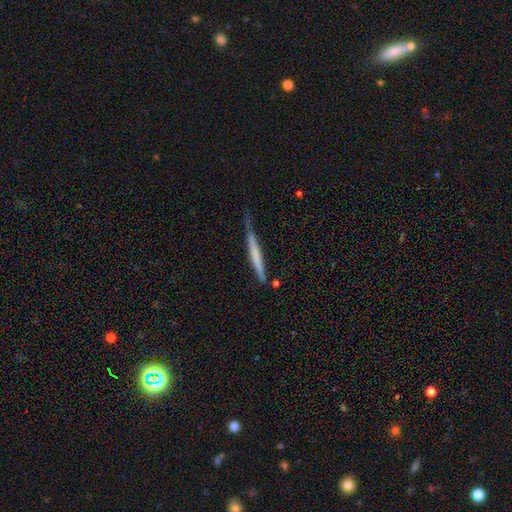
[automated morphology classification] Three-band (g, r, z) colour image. It shows a smooth galaxy with no disk features (50%). Merging: none (65%).